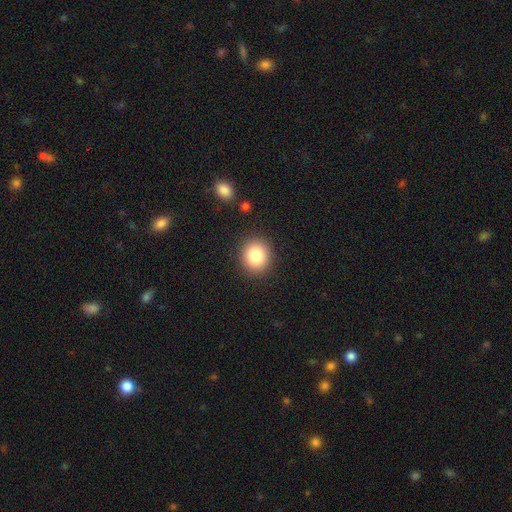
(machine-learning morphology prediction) smooth_or_featured: smooth (p=0.84) [alt: star or artifact p=0.09]
how_rounded: round (p=0.83) [alt: in between p=0.16]
merging: none (p=0.89) [alt: minor disturbance p=0.07]